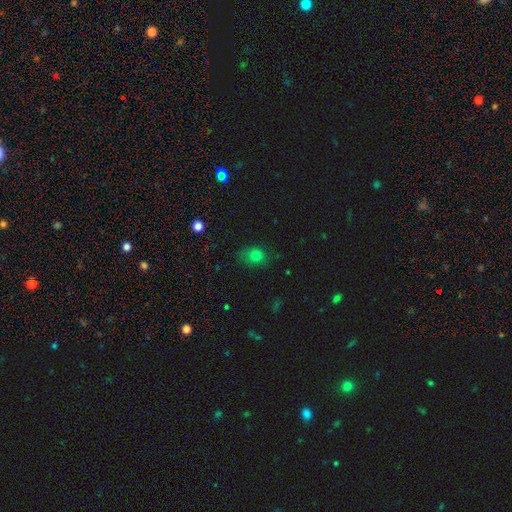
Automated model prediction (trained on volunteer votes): A smooth galaxy with no disk features (76%) that is round (53%). Merging: none (69%).